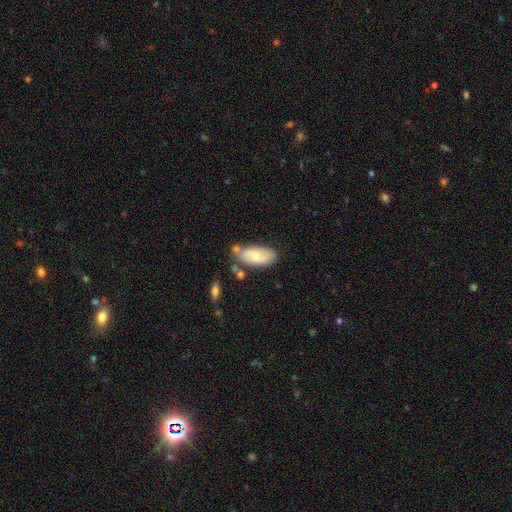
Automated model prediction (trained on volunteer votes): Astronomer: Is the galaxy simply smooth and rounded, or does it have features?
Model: smooth — 62%.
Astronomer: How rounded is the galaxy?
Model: in between — 90%.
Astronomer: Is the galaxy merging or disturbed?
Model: none — 61%.